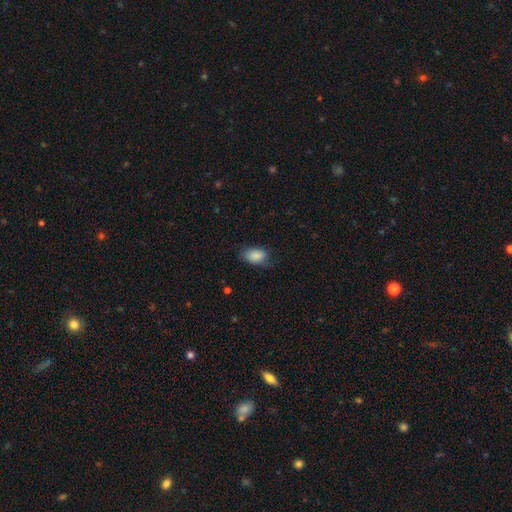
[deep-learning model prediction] This is clearly a smooth galaxy (86%). How rounded: clearly in between (91%). Merging: likely none (67%).